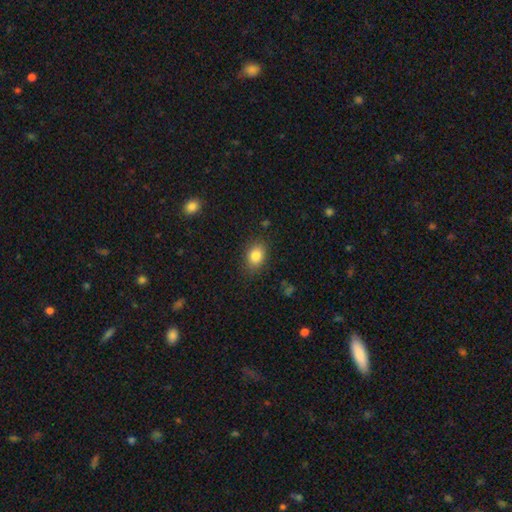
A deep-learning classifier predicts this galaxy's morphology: Smooth or featured: smooth — 83% (star or artifact — 10%)
How rounded: in between — 68% (round — 31%)
Merging: none — 83% (minor disturbance — 12%)